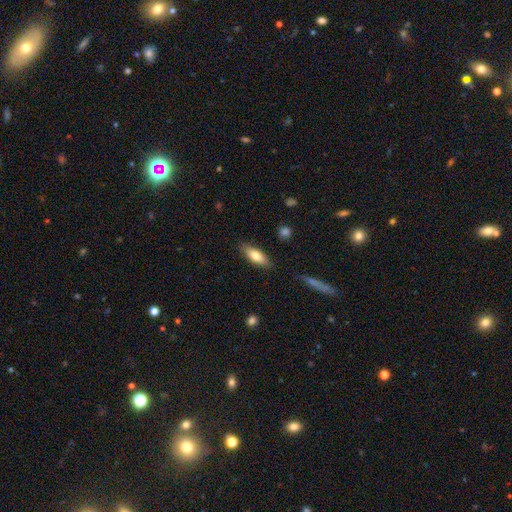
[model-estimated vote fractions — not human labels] The model was most divided on "how rounded": in between: 67%, cigar-shaped: 31%, round: 2%. More confident: merging — none (84%); smooth or featured — smooth (77%).